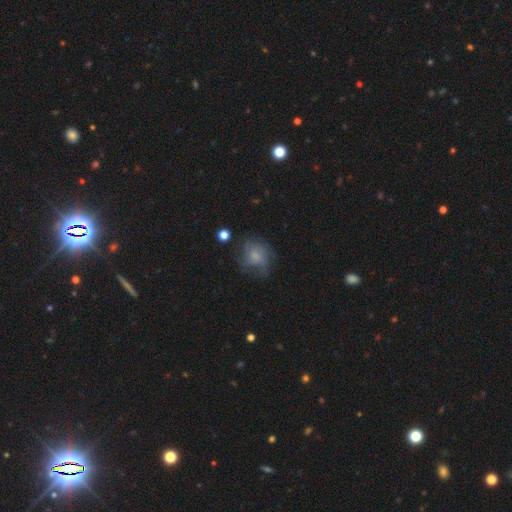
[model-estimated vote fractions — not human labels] This is possibly a smooth galaxy (53%). How rounded: likely round (64%). Merging: possibly none (52%).